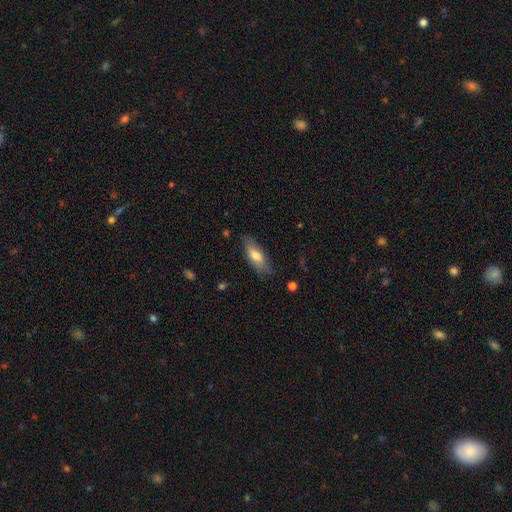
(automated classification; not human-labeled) Overall: smooth (69%). How rounded: in between (70%). Merging: none (78%).